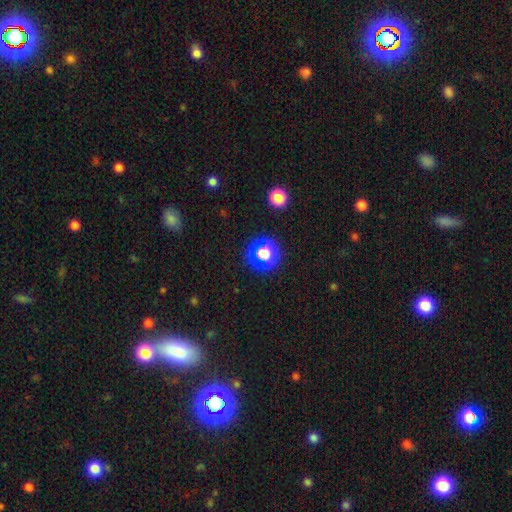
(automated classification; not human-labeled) smooth-or-featured: star or artifact: 50% | smooth: 39% | featured or disk: 11%